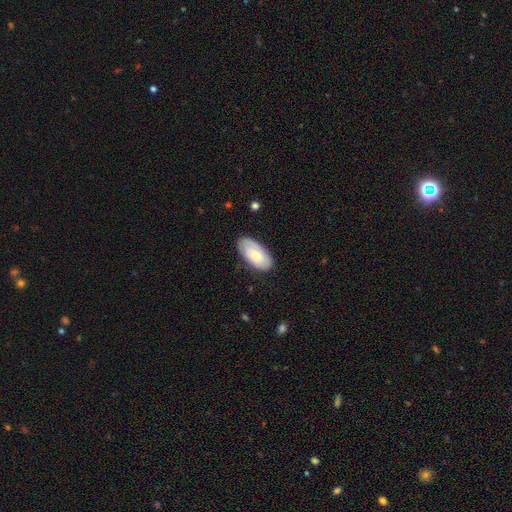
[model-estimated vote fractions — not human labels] Smooth or featured: smooth — 60% (featured or disk — 35%)
How rounded: in between — 94% (cigar-shaped — 3%)
Merging: none — 81% (minor disturbance — 15%)